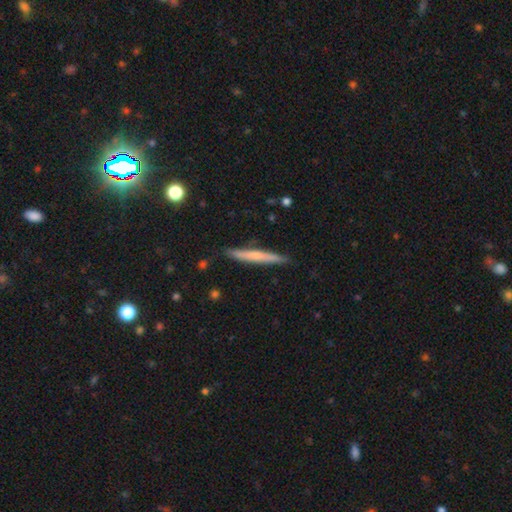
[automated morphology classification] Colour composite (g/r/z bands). It shows a smooth galaxy with no disk features (53%) that is cigar-shaped (96%). Merging: none (88%).